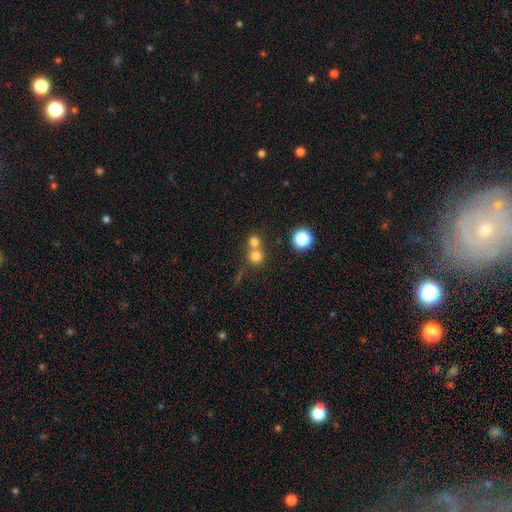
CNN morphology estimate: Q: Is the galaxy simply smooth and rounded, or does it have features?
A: smooth — 74%.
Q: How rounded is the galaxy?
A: round — 91%.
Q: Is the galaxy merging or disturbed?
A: none — 50%.